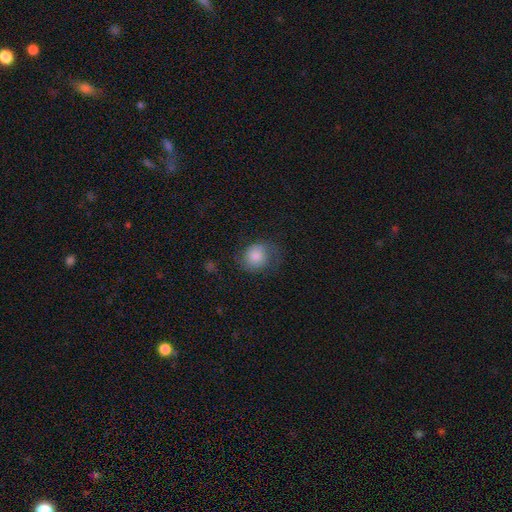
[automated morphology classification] smooth 72%, featured or disk 19%, star or artifact 9%. Down the decision tree: how rounded — round (70%); merging — none (60%).